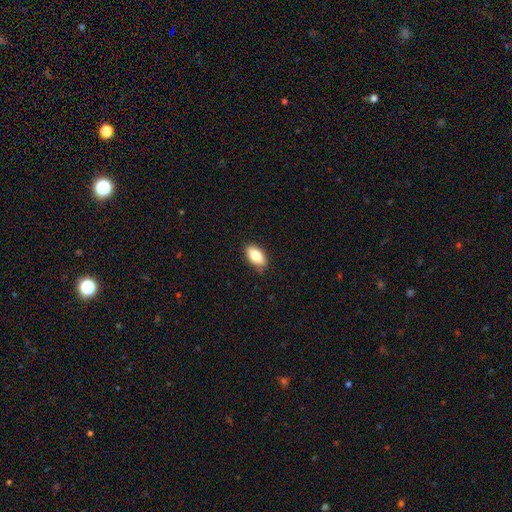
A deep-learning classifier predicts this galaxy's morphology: smooth-or-featured: smooth: 81% | featured or disk: 11% | star or artifact: 7%
  how-rounded: in between: 91% | round: 5% | cigar-shaped: 4%
  merging: none: 84% | minor disturbance: 13% | major disturbance: 2% | merger: 1%